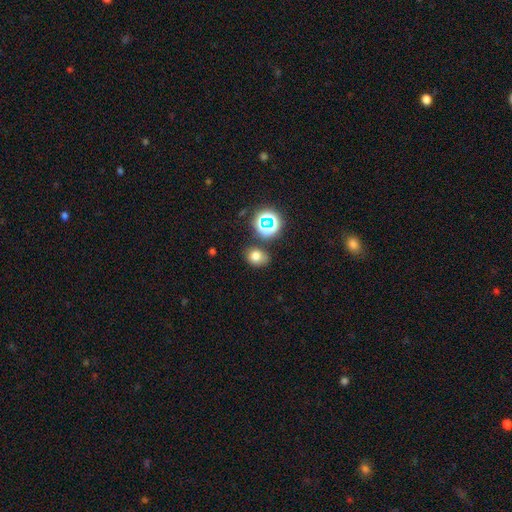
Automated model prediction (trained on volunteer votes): Smooth or featured?
  - smooth: 71% *
  - star or artifact: 21%
  - featured or disk: 9%
How rounded?
  - in between: 53% *
  - round: 46%
  - cigar-shaped: 1%
Merging?
  - none: 73% *
  - minor disturbance: 15%
  - merger: 7%
  - major disturbance: 4%